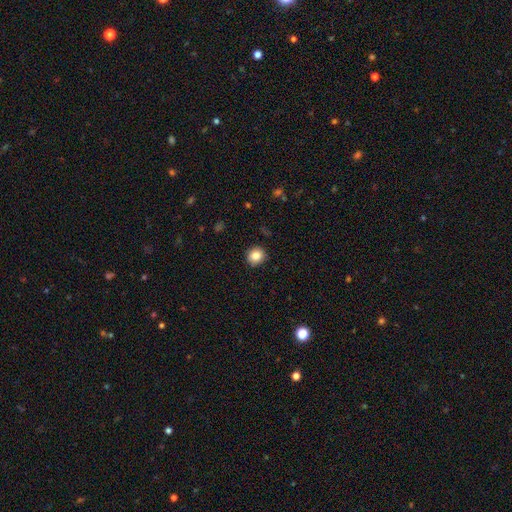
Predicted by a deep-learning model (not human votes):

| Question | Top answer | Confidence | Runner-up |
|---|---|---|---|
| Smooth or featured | smooth | 84% | star or artifact (10%) |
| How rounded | round | 89% | in between (10%) |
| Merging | none | 90% | minor disturbance (7%) |